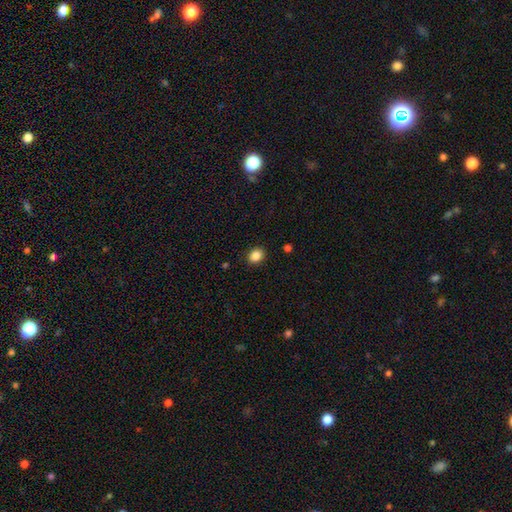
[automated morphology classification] A smooth galaxy with no disk features (86%) that is in between round and cigar-shaped (54%). Merging: none (90%).